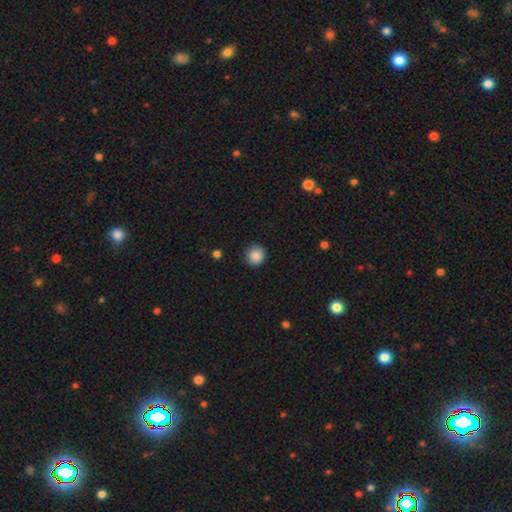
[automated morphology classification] Q: Smooth or featured?
A: smooth (88%); runner-up: star or artifact (9%)
Q: How rounded?
A: round (92%); runner-up: in between (7%)
Q: Merging?
A: none (89%); runner-up: minor disturbance (8%)